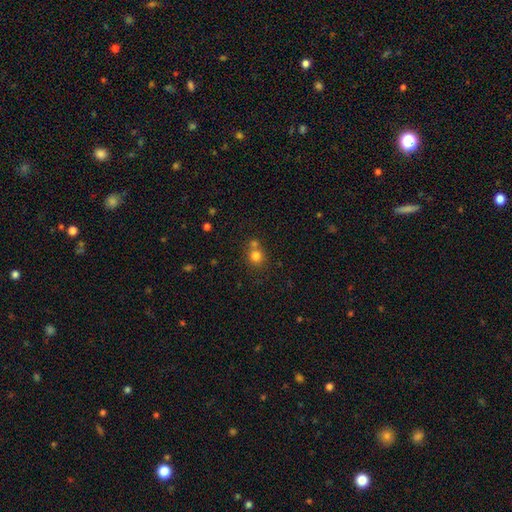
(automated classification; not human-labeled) A smooth galaxy with no disk features (78%) that is round (84%). Merging: none (54%).